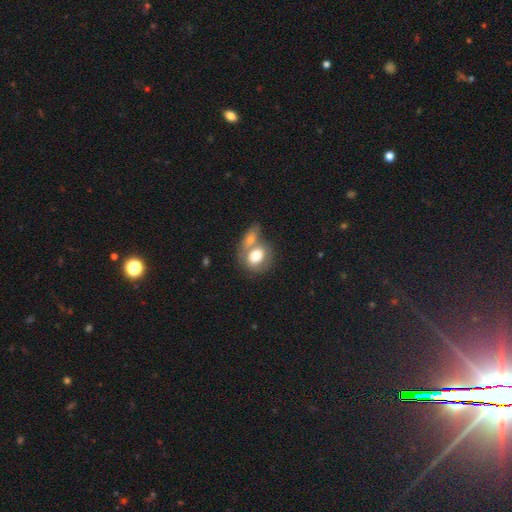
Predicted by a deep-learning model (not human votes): Smooth or featured: smooth — 71% (featured or disk — 22%)
How rounded: round — 49% (tied with in between — 49%)
Merging: merger — 56% (none — 28%)